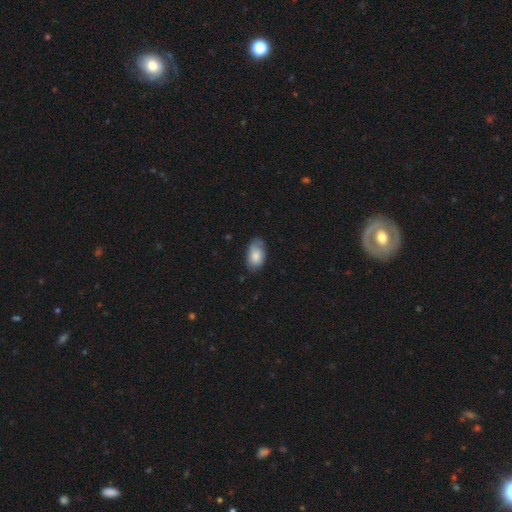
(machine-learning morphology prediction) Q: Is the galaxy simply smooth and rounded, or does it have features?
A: smooth — 81%.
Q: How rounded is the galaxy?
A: in between — 92%.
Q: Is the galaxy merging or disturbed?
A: none — 64%.